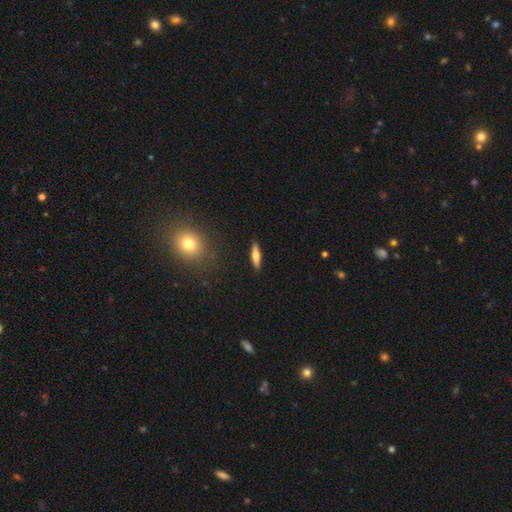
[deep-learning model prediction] This is possibly a smooth galaxy (53%). How rounded: likely cigar-shaped (66%). Merging: clearly none (89%).